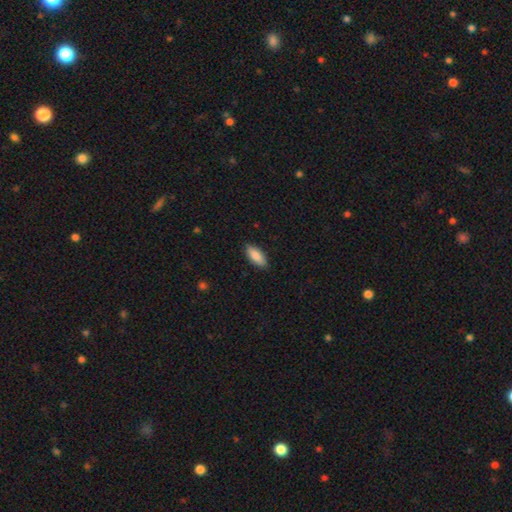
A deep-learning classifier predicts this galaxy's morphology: smooth_or_featured: smooth (p=0.88) [alt: featured or disk p=0.06]
how_rounded: in between (p=0.80) [alt: cigar-shaped p=0.18]
merging: none (p=0.88) [alt: minor disturbance p=0.09]